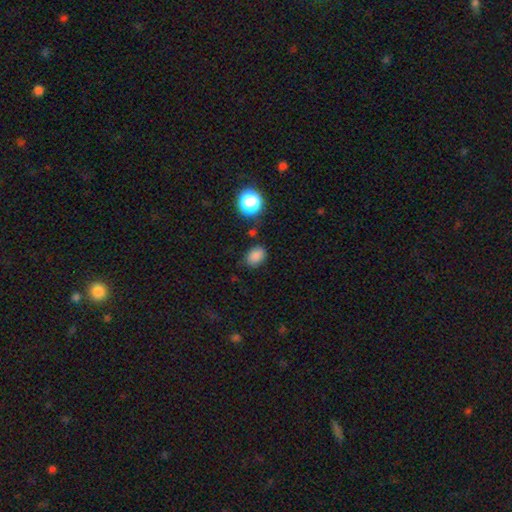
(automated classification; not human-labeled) smooth-or-featured: smooth: 83% | star or artifact: 13% | featured or disk: 4%
  how-rounded: in between: 72% | round: 27% | cigar-shaped: 1%
  merging: none: 78% | minor disturbance: 14% | major disturbance: 4% | merger: 4%